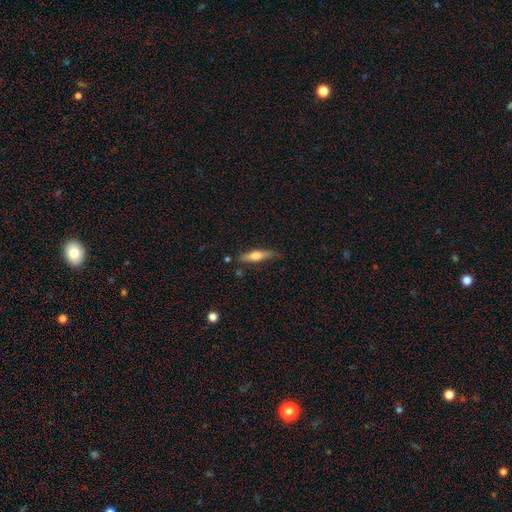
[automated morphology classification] This appears to be a smooth galaxy with no disk features (50%) that is cigar-shaped (76%). Merging: none (75%).